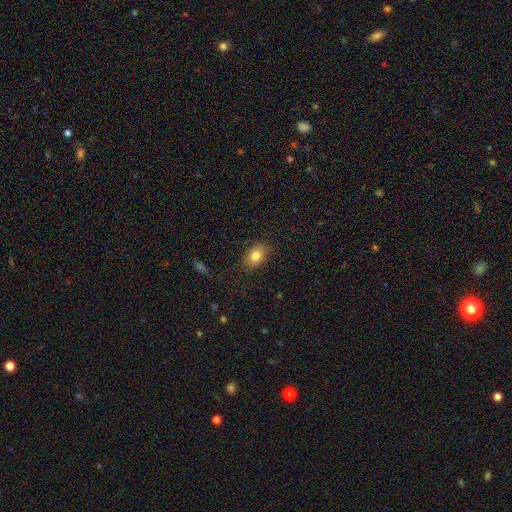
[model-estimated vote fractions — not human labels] smooth-or-featured: smooth: 82% | star or artifact: 9% | featured or disk: 9%
  how-rounded: in between: 77% | round: 21% | cigar-shaped: 2%
  merging: none: 84% | minor disturbance: 12% | major disturbance: 3% | merger: 1%